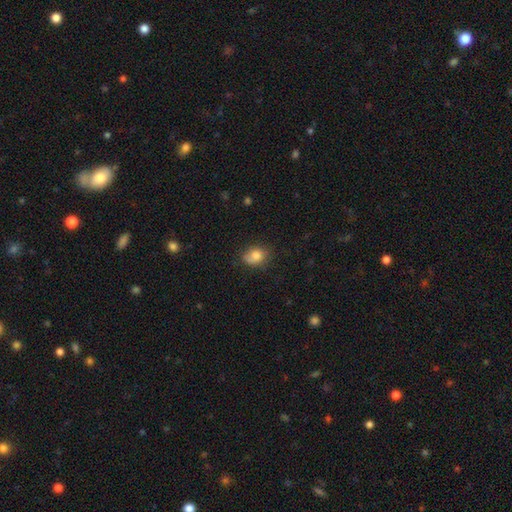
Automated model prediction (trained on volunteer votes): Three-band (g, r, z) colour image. It shows a smooth galaxy with no disk features (78%) that is in between round and cigar-shaped (53%). Merging: none (57%).